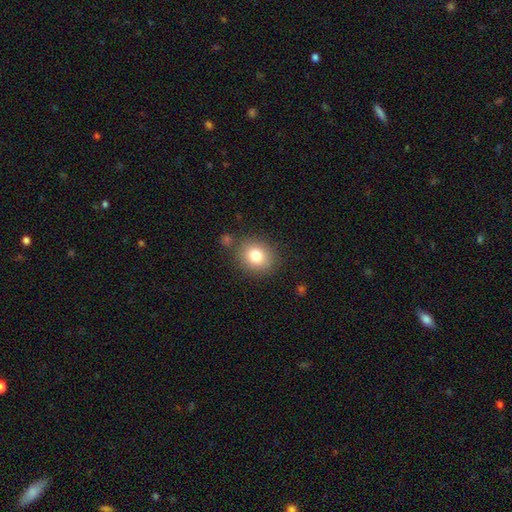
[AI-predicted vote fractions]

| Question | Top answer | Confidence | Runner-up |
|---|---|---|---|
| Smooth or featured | smooth | 81% | star or artifact (10%) |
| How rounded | round | 68% | in between (31%) |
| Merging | none | 81% | minor disturbance (11%) |